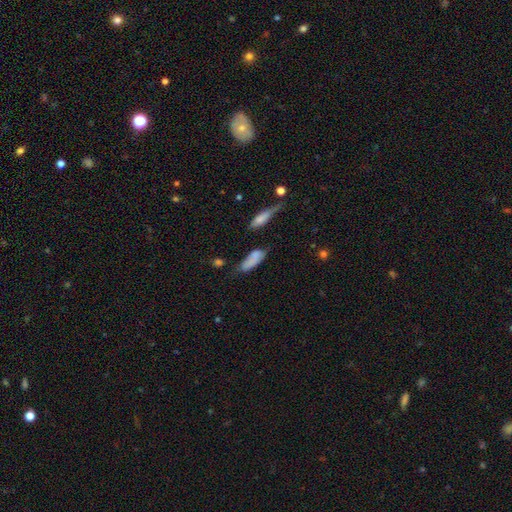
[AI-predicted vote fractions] smooth-or-featured: smooth: 71% | featured or disk: 17% | star or artifact: 12%
  how-rounded: in between: 59% | cigar-shaped: 38% | round: 3%
  merging: none: 48% | minor disturbance: 28% | merger: 12% | major disturbance: 12%